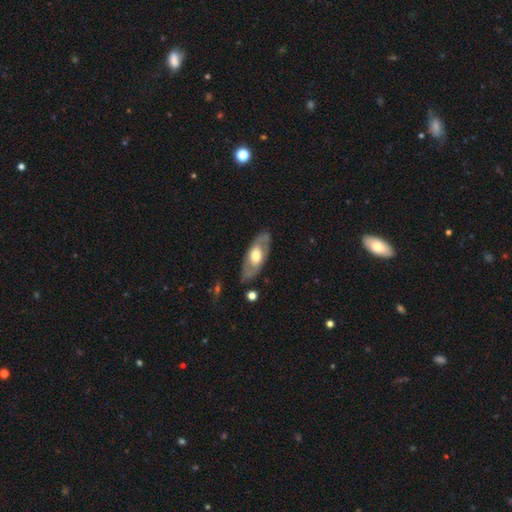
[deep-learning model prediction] Morphology: type=featured or disk (62%); edge-on=no (81%); merging=none (81%).